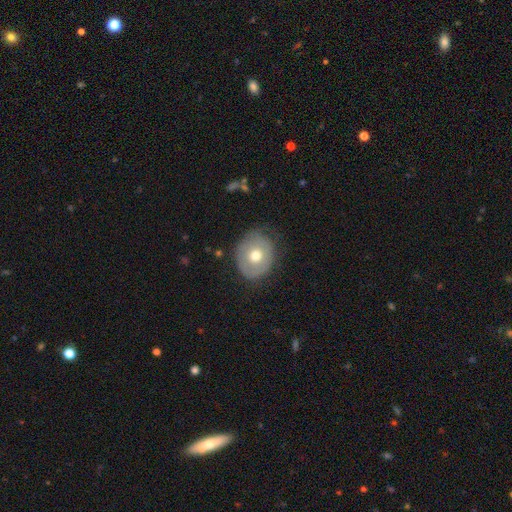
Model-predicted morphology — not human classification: Smooth or featured?
  - smooth: 58% *
  - featured or disk: 36%
  - star or artifact: 7%
How rounded?
  - round: 66% *
  - in between: 33%
  - cigar-shaped: 1%
Merging?
  - none: 72% *
  - minor disturbance: 21%
  - major disturbance: 6%
  - merger: 1%